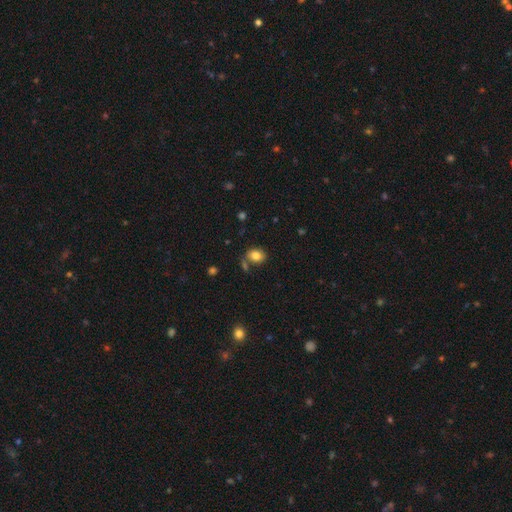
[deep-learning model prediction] Smooth or featured? Predicted: smooth (p=0.81). How rounded? Predicted: in between (p=0.61). Merging? Predicted: none (p=0.66).